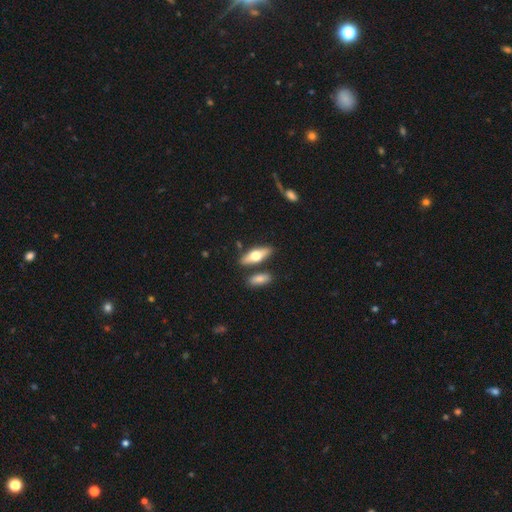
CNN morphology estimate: A smooth galaxy with no disk features (58%) that is in between round and cigar-shaped (63%). Merging: none (78%).